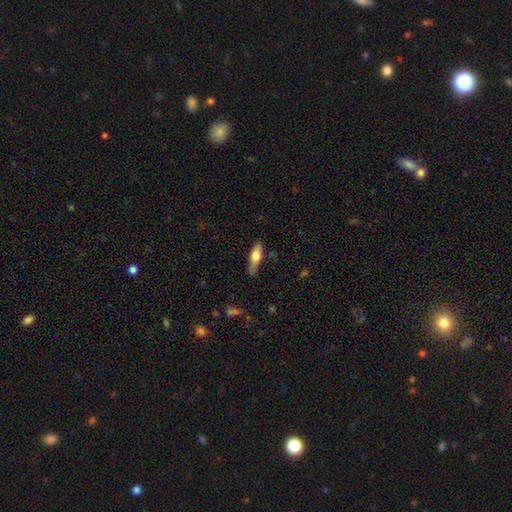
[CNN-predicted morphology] Smooth or featured: smooth — 63% (featured or disk — 31%)
How rounded: cigar-shaped — 56% (in between — 42%)
Merging: none — 72% (minor disturbance — 21%)